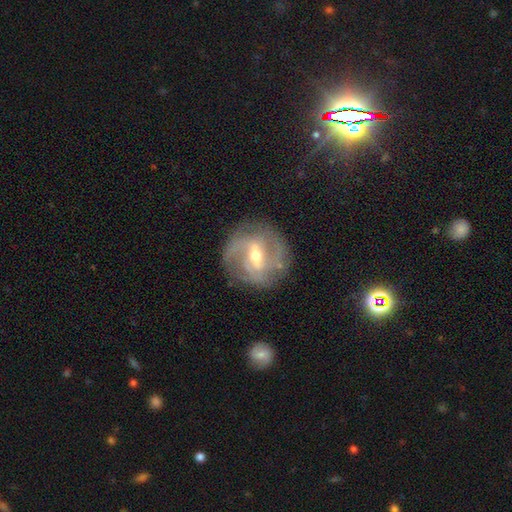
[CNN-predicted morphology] Smooth or featured?
  - featured or disk: 81% *
  - smooth: 12%
  - star or artifact: 7%
Edge-on disk?
  - no: 95% *
  - yes: 5%
Bar?
  - weak: 45% *
  - strong: 41%
  - no: 15%
Spiral arms?
  - yes: 87% *
  - no: 13%
Spiral winding?
  - tight: 43% *
  - medium: 40%
  - loose: 17%
Spiral arm count?
  - 2: 48% *
  - can't tell: 25%
  - 3: 15%
  - 4: 5%
  - 1: 4%
  - more than 4: 3%
Bulge size?
  - moderate: 63% *
  - small: 32%
  - large: 3%
  - none: 1%
  - dominant: 1%
Merging?
  - none: 76% *
  - minor disturbance: 15%
  - major disturbance: 6%
  - merger: 2%